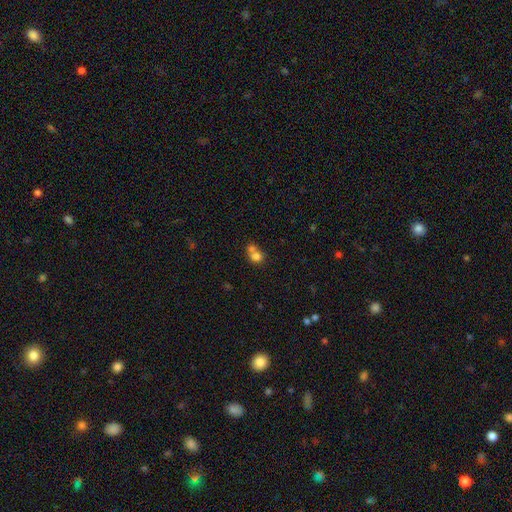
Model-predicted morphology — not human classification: smooth 75%, featured or disk 13%, star or artifact 12%. Down the decision tree: how rounded — round (77%); merging — merger (58%).